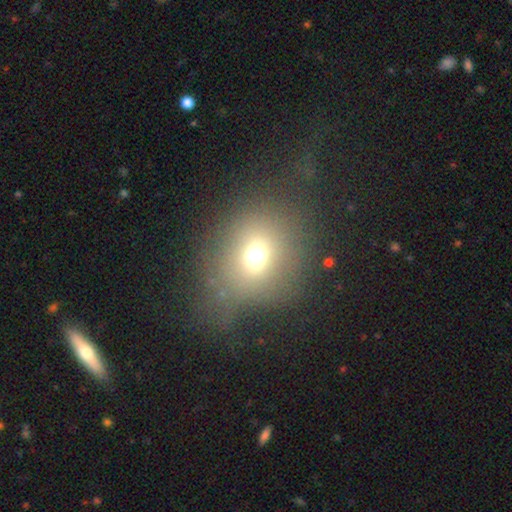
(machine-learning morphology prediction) A smooth galaxy with no disk features (65%) that is round (73%).

Vote fractions:
- Smooth or featured? smooth: 65% / star or artifact: 20% / featured or disk: 15%
- How rounded? round: 73% / in between: 25% / cigar-shaped: 1%
- Merging? none: 64% / minor disturbance: 16% / major disturbance: 15% / merger: 4%